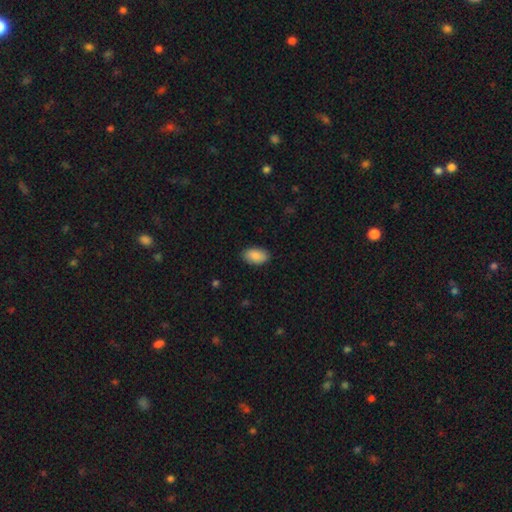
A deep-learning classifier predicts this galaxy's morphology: Q: Smooth or featured?
A: smooth (89%); runner-up: star or artifact (6%)
Q: How rounded?
A: in between (94%); runner-up: round (4%)
Q: Merging?
A: none (88%); runner-up: minor disturbance (9%)